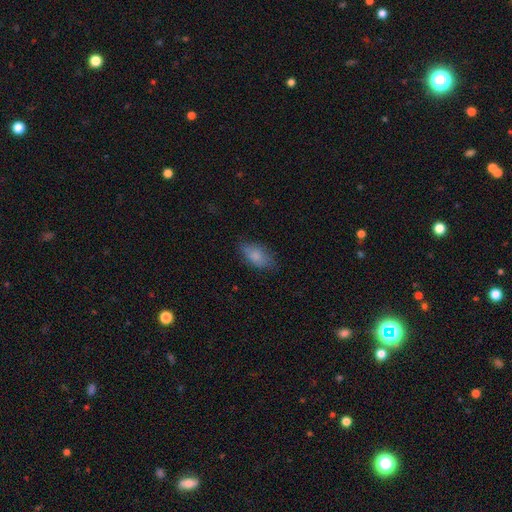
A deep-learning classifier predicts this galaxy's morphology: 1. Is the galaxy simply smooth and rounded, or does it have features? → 78% smooth, 14% featured or disk, 8% star or artifact.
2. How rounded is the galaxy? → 91% in between, 5% round, 4% cigar-shaped.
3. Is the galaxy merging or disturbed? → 69% none, 23% minor disturbance, 6% major disturbance, 1% merger.